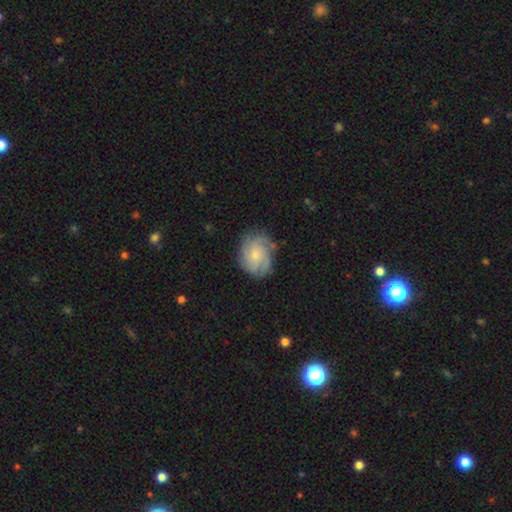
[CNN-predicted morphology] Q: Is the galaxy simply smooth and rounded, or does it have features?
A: featured or disk — 66%.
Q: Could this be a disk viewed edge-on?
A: no — 98%.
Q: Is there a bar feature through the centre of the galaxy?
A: no — 78%.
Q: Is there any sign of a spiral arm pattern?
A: yes — 92%.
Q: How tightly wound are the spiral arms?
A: tight — 51%.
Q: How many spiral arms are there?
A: can't tell — 31%.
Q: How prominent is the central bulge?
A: small — 62%.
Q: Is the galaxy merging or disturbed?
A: none — 74%.